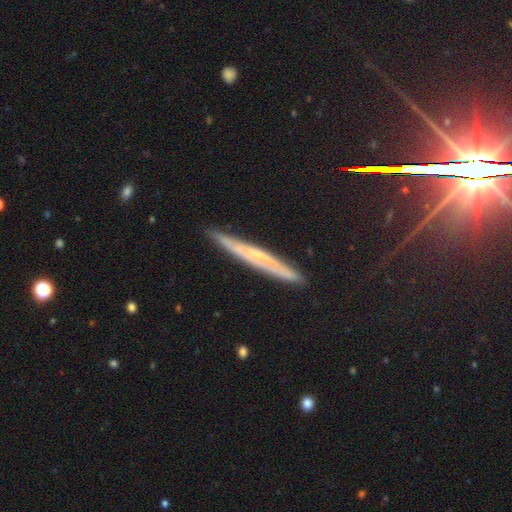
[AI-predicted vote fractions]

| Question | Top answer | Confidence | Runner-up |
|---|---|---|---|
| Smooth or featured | featured or disk | 62% | smooth (29%) |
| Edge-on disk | yes | 85% | no (15%) |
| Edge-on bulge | none | 63% | rounded (30%) |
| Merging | none | 83% | minor disturbance (13%) |